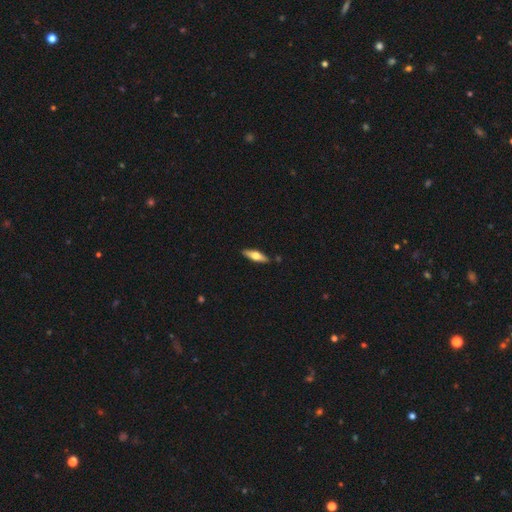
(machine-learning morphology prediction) The model was most divided on "smooth or featured": featured or disk: 49%, smooth: 46%, star or artifact: 6%. More confident: merging — none (88%).